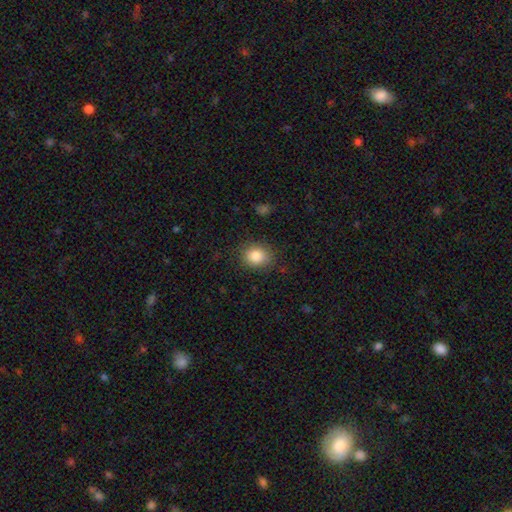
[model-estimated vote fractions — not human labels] Smooth or featured: smooth — 84% (star or artifact — 10%)
How rounded: round — 60% (in between — 39%)
Merging: none — 84% (minor disturbance — 12%)